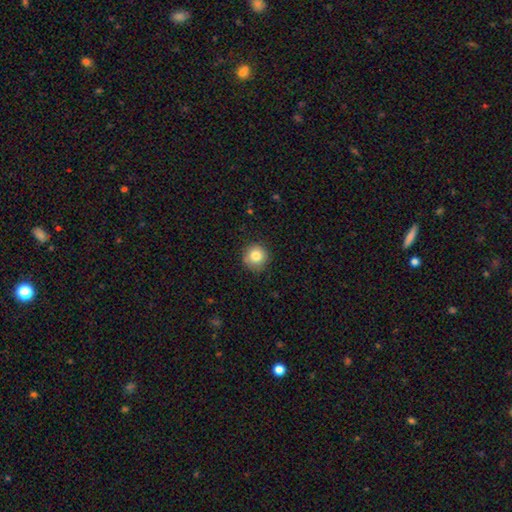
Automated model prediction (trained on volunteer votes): Smooth or featured? smooth (83%)
How rounded? round (94%)
Merging? none (87%)